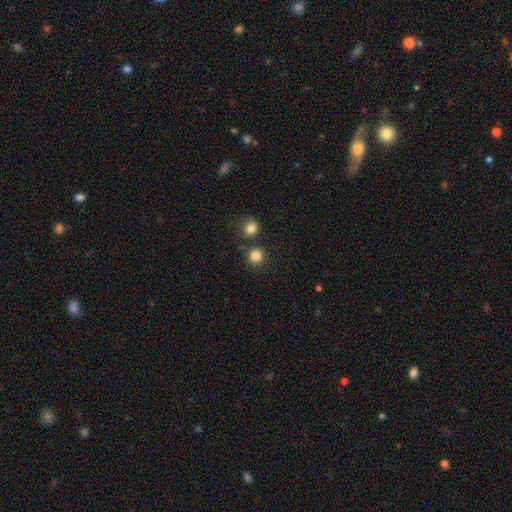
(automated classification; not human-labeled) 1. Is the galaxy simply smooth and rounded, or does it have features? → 83% smooth, 12% star or artifact, 5% featured or disk.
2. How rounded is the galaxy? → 93% round, 6% in between, 1% cigar-shaped.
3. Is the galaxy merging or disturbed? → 81% none, 10% merger, 7% minor disturbance, 3% major disturbance.